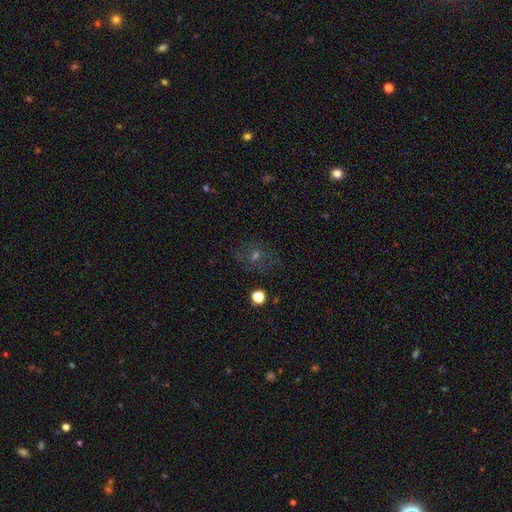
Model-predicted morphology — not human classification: Smooth or featured?
  - smooth: 38% *
  - star or artifact: 36%
  - featured or disk: 27%
Merging?
  - none: 72% *
  - minor disturbance: 16%
  - major disturbance: 10%
  - merger: 3%